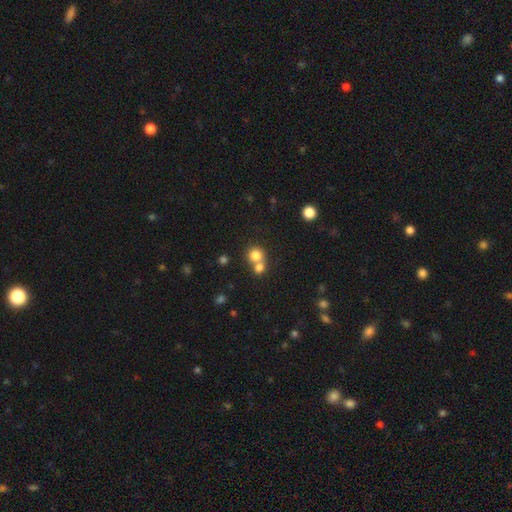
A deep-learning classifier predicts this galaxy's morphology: type=smooth (79%); roundness=round (86%); merging=merger (50%).